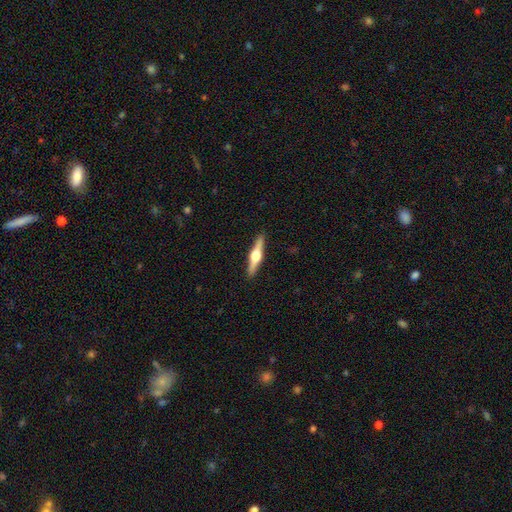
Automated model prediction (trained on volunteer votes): Smooth or featured?
  - featured or disk: 73% *
  - smooth: 22%
  - star or artifact: 5%
Edge-on disk?
  - yes: 98% *
  - no: 2%
Edge-on bulge?
  - rounded: 96% *
  - boxy: 3%
  - none: 1%
Merging?
  - none: 92% *
  - minor disturbance: 6%
  - major disturbance: 1%
  - merger: 1%